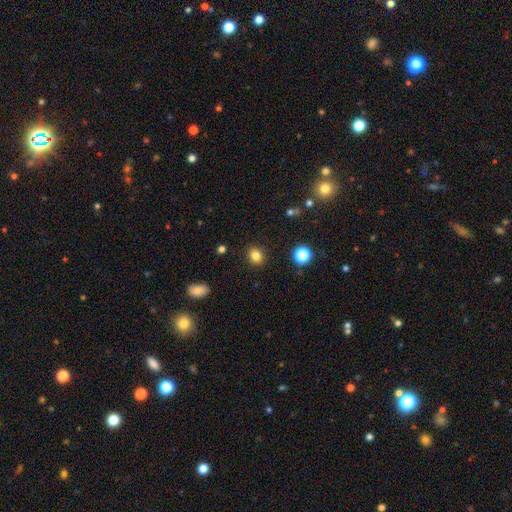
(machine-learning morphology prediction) This is clearly a smooth galaxy (82%). How rounded: possibly round (59%). Merging: clearly none (89%).